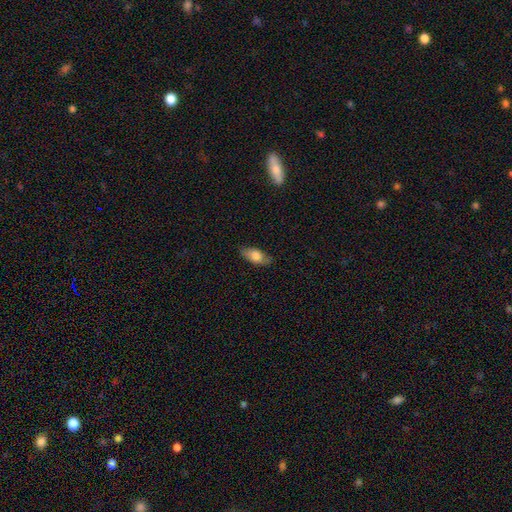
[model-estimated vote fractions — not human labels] Morphology: type=smooth (74%); roundness=in between (84%); merging=none (82%).